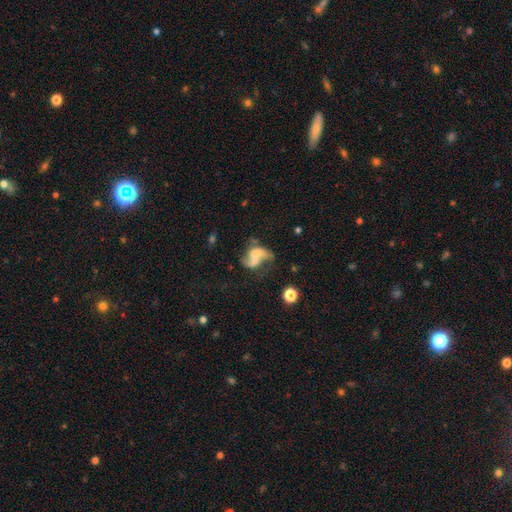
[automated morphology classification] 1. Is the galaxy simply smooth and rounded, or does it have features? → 58% featured or disk, 31% smooth, 12% star or artifact.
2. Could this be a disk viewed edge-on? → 97% no, 3% yes.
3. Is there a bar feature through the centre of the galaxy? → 69% no, 24% weak, 7% strong.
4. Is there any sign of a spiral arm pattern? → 60% yes, 40% no.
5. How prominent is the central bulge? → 30% none (tied), 30% moderate (tied), 25% small, 12% large, 3% dominant.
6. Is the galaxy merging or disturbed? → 38% merger, 26% major disturbance, 23% none, 13% minor disturbance.